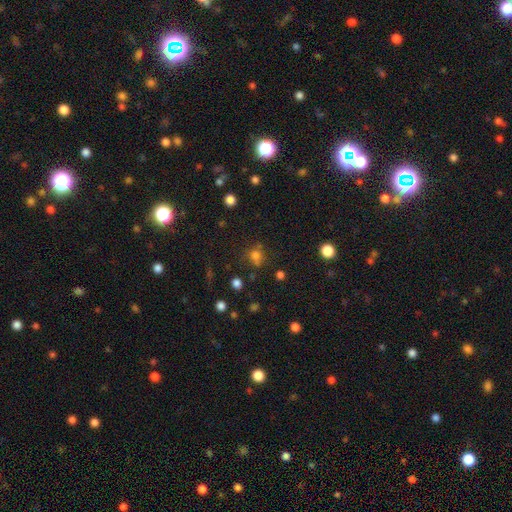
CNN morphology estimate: Q: Smooth or featured?
A: smooth (69%); runner-up: star or artifact (22%)
Q: How rounded?
A: round (83%); runner-up: in between (16%)
Q: Merging?
A: none (64%); runner-up: merger (16%)